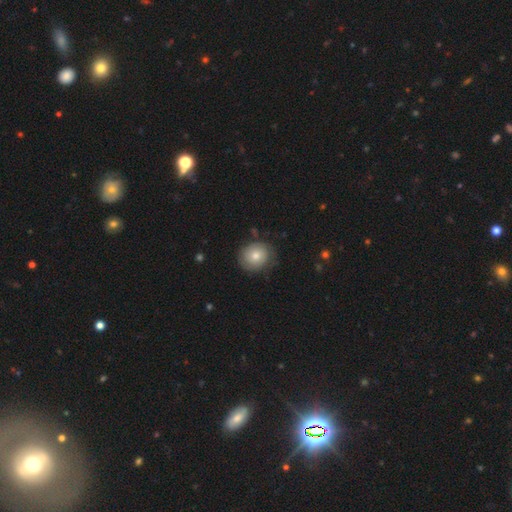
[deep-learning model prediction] This is likely a smooth galaxy (74%). How rounded: clearly round (80%). Merging: likely none (77%).